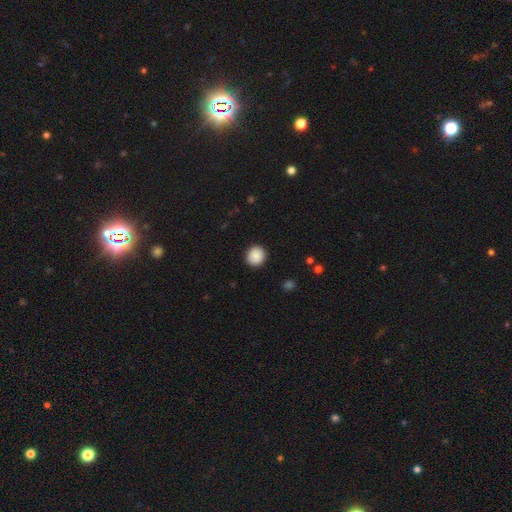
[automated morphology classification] A smooth galaxy with no disk features (88%) that is round (89%).

Vote fractions:
- Smooth or featured? smooth: 88% / star or artifact: 8% / featured or disk: 4%
- How rounded? round: 89% / in between: 10% / cigar-shaped: 1%
- Merging? none: 91% / minor disturbance: 6% / major disturbance: 2% / merger: 1%